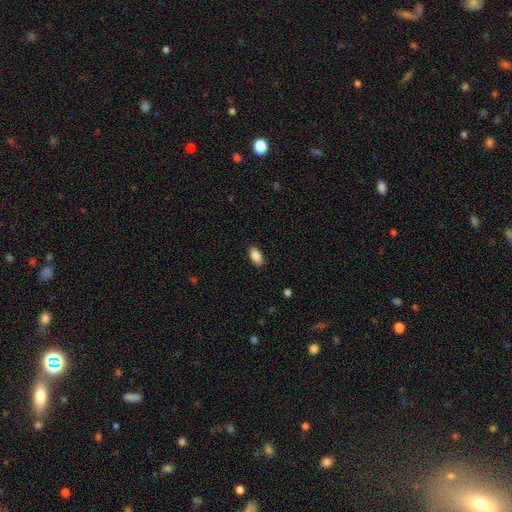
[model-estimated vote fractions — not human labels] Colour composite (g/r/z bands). It shows a smooth galaxy with no disk features (88%) that is in between round and cigar-shaped (92%). Merging: none (87%).